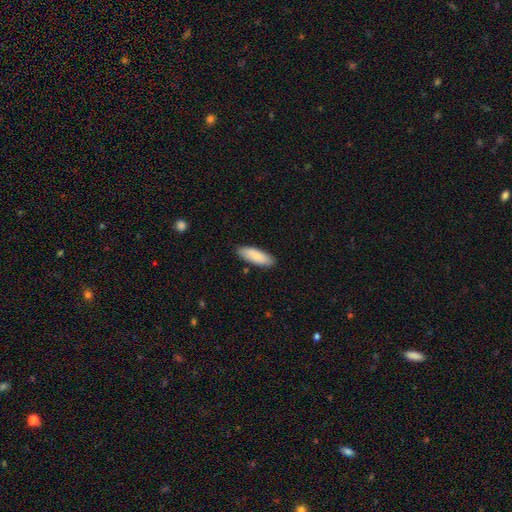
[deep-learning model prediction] A smooth galaxy with no disk features (84%) that is in between round and cigar-shaped (65%). Merging: none (87%).